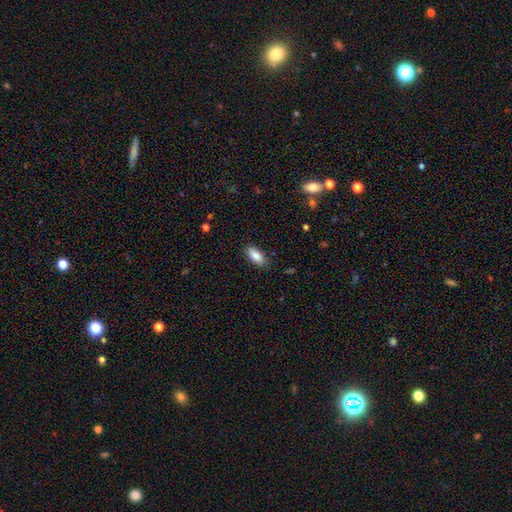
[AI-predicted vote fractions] Smooth or featured?
  - smooth: 86% *
  - featured or disk: 7%
  - star or artifact: 7%
How rounded?
  - in between: 83% *
  - cigar-shaped: 15%
  - round: 2%
Merging?
  - none: 86% *
  - minor disturbance: 10%
  - major disturbance: 2%
  - merger: 1%